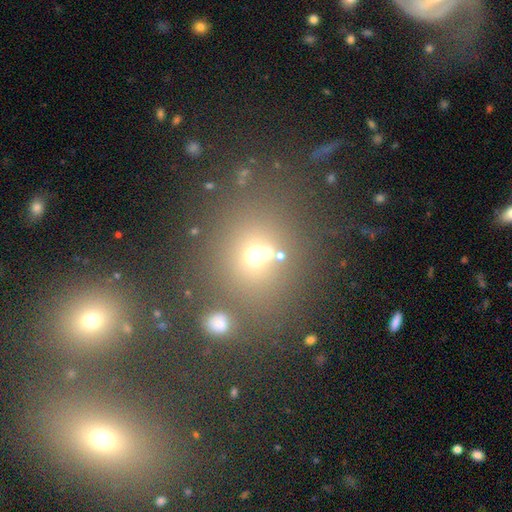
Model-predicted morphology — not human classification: The model was most divided on "smooth or featured": smooth: 55%, star or artifact: 32%, featured or disk: 14%. More confident: how rounded — round (78%); merging — none (64%).